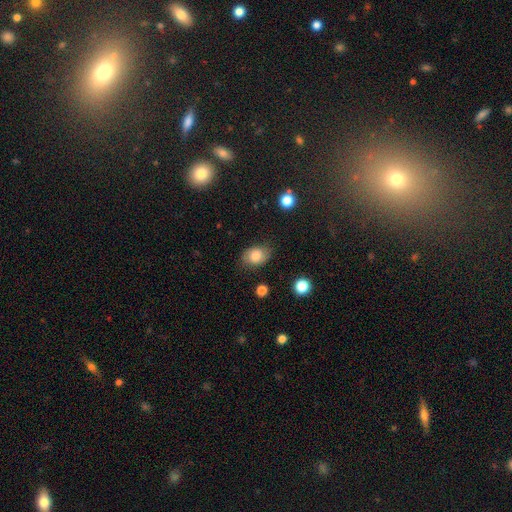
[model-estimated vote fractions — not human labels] Overall: smooth (79%). How rounded: in between (74%). Merging: none (76%).